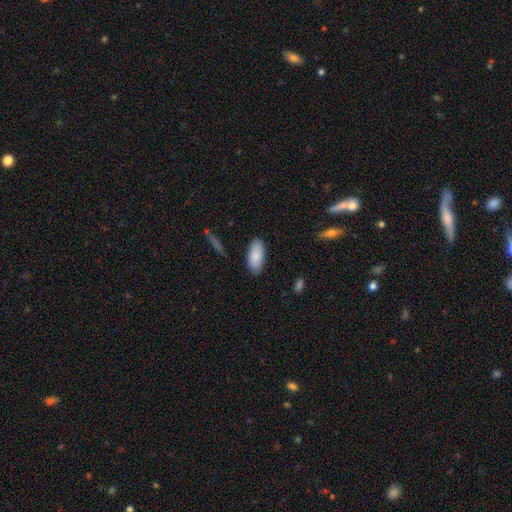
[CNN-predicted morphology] smooth_or_featured: smooth (p=0.86) [alt: featured or disk p=0.08]
how_rounded: in between (p=0.92) [alt: cigar-shaped p=0.06]
merging: none (p=0.84) [alt: minor disturbance p=0.12]